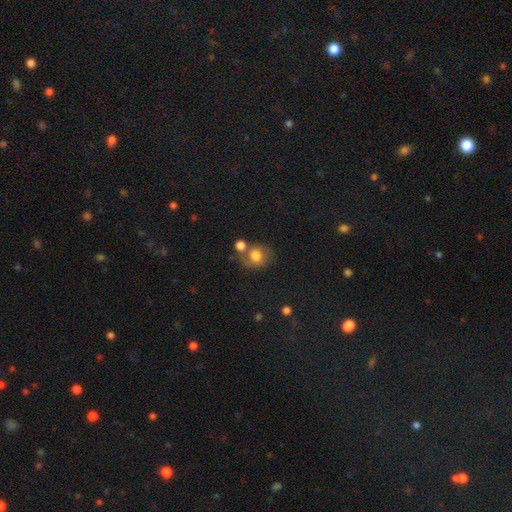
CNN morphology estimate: This is likely a smooth galaxy (75%). How rounded: likely round (67%). Merging: possibly none (52%).